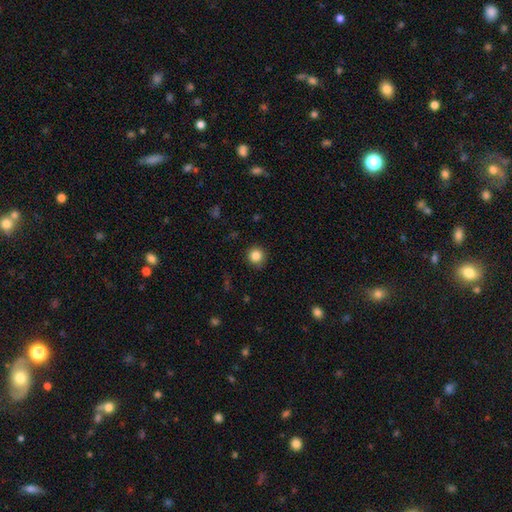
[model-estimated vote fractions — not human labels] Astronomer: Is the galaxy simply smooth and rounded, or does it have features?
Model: smooth — 85%.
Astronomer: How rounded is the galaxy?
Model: round — 94%.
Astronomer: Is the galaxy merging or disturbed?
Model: none — 90%.